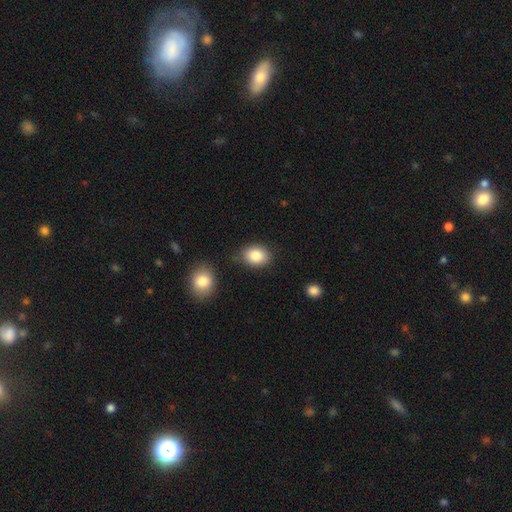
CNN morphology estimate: smooth-or-featured: smooth: 85% | star or artifact: 8% | featured or disk: 7%
  how-rounded: in between: 68% | round: 31% | cigar-shaped: 1%
  merging: none: 75% | minor disturbance: 16% | merger: 6% | major disturbance: 4%